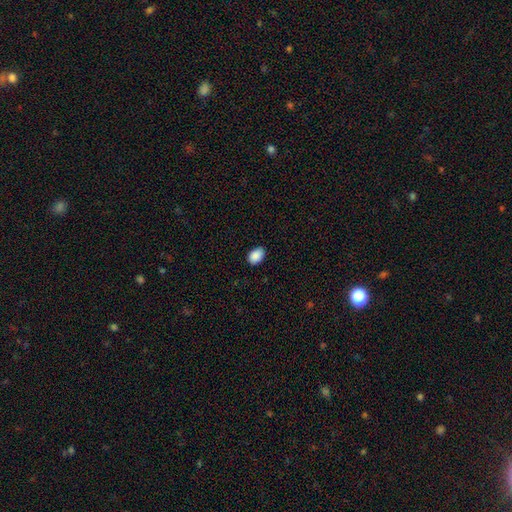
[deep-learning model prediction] Smooth or featured? Predicted: smooth (p=0.89). How rounded? Predicted: in between (p=0.82). Merging? Predicted: none (p=0.84).